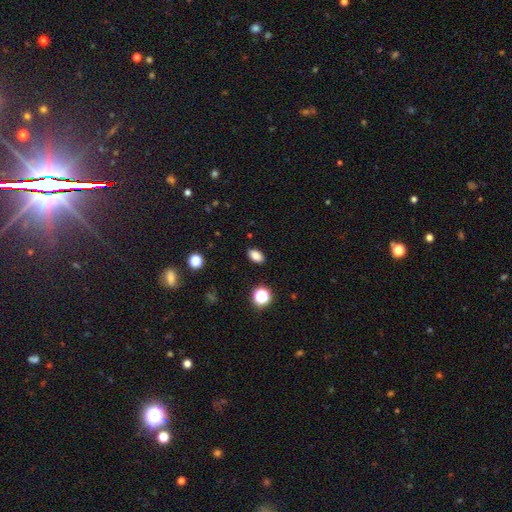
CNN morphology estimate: This is clearly a smooth galaxy (83%). How rounded: clearly in between (88%). Merging: clearly none (89%).